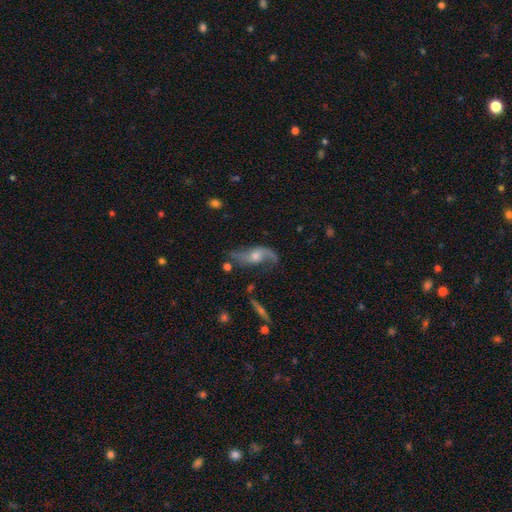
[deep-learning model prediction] featured or disk 79%, smooth 13%, star or artifact 8%. Down the decision tree: edge-on disk — no (88%); bar — no (66%); spiral arms — yes (92%); spiral arm count — 2 (83%); spiral winding — loose (81%); bulge size — moderate (54%); merging — none (55%).